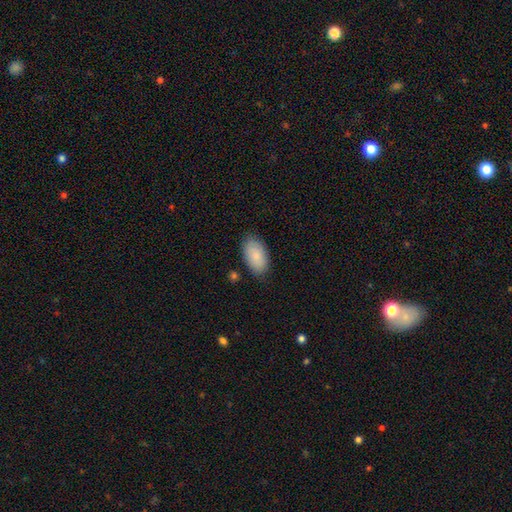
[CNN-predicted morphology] Q: Smooth or featured?
A: smooth (86%); runner-up: featured or disk (8%)
Q: How rounded?
A: in between (95%); runner-up: round (3%)
Q: Merging?
A: none (83%); runner-up: minor disturbance (13%)